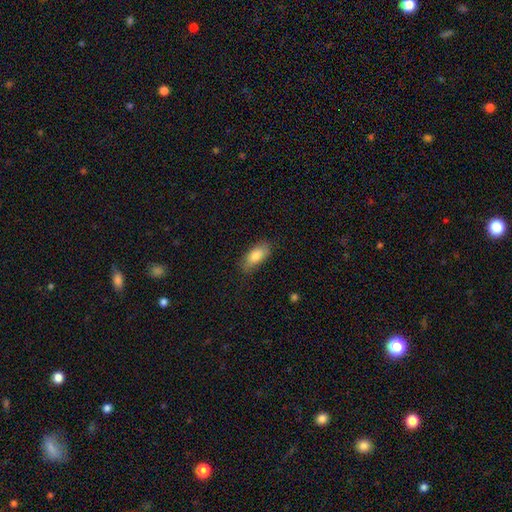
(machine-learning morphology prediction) This is clearly a smooth galaxy (82%). How rounded: clearly in between (85%). Merging: clearly none (82%).